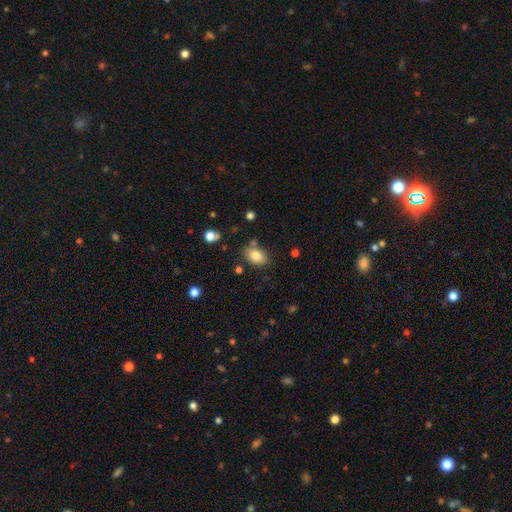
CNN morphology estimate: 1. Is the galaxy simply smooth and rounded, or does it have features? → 82% smooth, 9% star or artifact, 9% featured or disk.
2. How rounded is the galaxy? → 81% in between, 18% round, 1% cigar-shaped.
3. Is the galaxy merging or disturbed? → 72% none, 17% minor disturbance, 7% merger, 4% major disturbance.